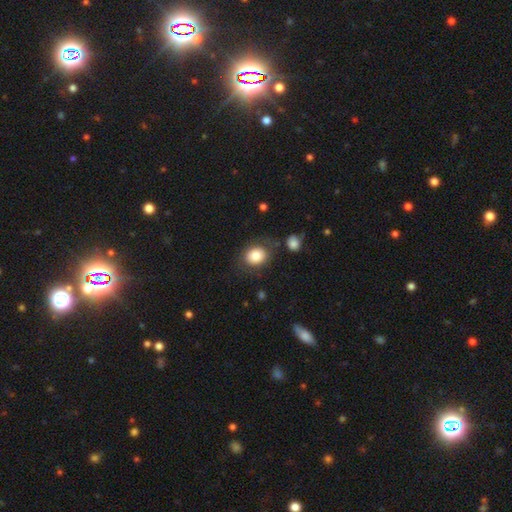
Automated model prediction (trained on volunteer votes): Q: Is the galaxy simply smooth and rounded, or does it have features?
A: smooth — 82%.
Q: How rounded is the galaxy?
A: round — 57%.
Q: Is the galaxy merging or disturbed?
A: none — 76%.